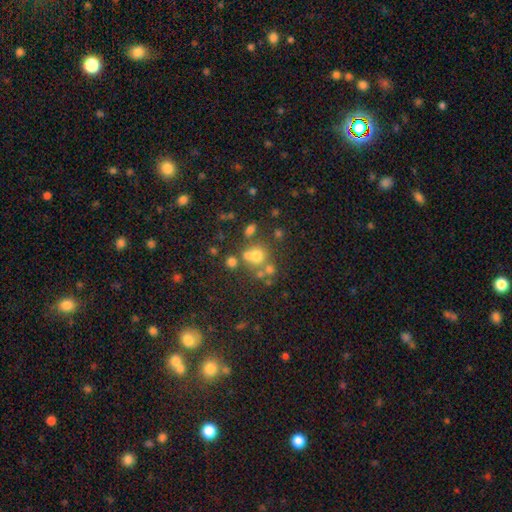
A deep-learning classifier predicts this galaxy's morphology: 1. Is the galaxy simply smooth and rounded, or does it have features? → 61% smooth, 22% star or artifact, 17% featured or disk.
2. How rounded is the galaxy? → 84% round, 15% in between, 1% cigar-shaped.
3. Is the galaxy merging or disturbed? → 54% none, 30% merger, 10% minor disturbance, 6% major disturbance.